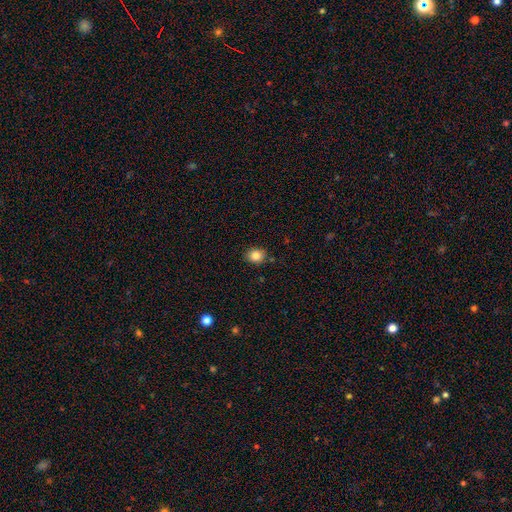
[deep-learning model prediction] smooth 84%, star or artifact 10%, featured or disk 6%. Down the decision tree: how rounded — round (58%); merging — none (85%).